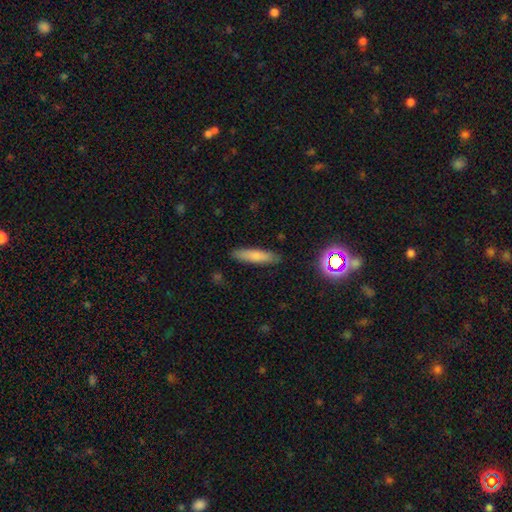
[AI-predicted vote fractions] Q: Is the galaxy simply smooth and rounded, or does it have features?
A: smooth — 76%.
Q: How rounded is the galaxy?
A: cigar-shaped — 77%.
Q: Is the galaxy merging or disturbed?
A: none — 87%.